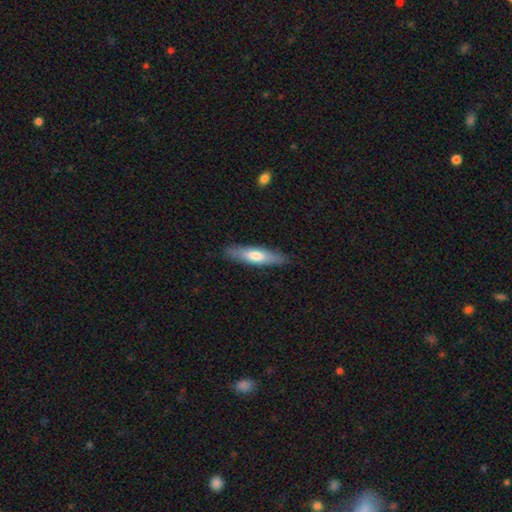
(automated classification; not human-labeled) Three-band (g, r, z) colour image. It shows a smooth galaxy with no disk features (63%) that is cigar-shaped (71%). Merging: none (86%).